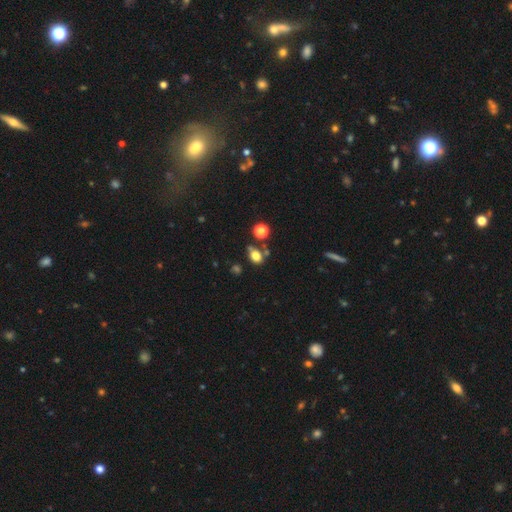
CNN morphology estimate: Overall: smooth (76%). How rounded: in between (60%; round 39%). Merging: none (56%; merger 19%).